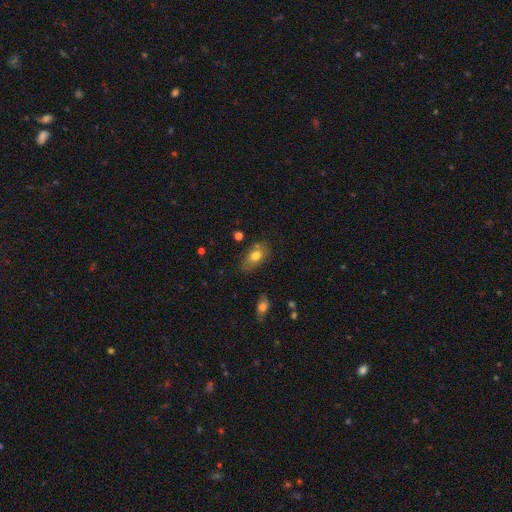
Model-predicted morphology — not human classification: Smooth or featured? Predicted: smooth (p=0.74). How rounded? Predicted: in between (p=0.85). Merging? Predicted: none (p=0.65).